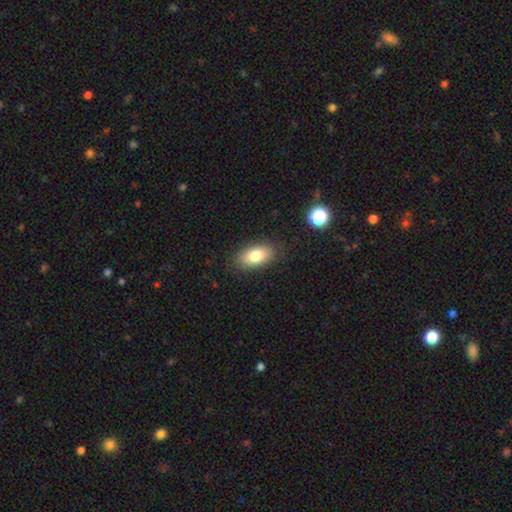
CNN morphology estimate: Smooth or featured: smooth — 81% (featured or disk — 11%)
How rounded: in between — 91% (round — 5%)
Merging: none — 86% (minor disturbance — 10%)